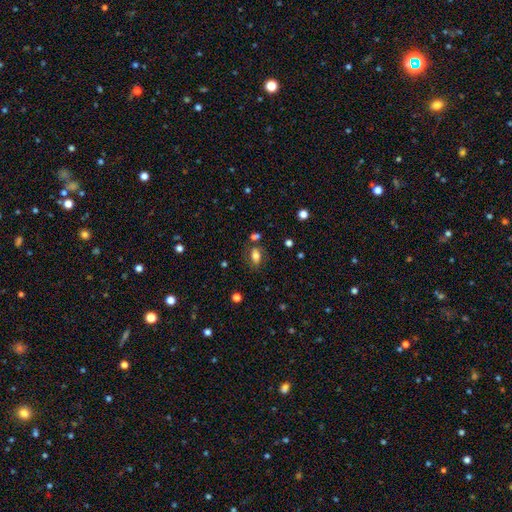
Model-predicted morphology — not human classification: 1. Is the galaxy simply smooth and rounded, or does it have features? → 75% smooth, 15% featured or disk, 10% star or artifact.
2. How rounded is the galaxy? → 84% in between, 9% round, 7% cigar-shaped.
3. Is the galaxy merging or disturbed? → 71% none, 14% minor disturbance, 9% merger, 6% major disturbance.